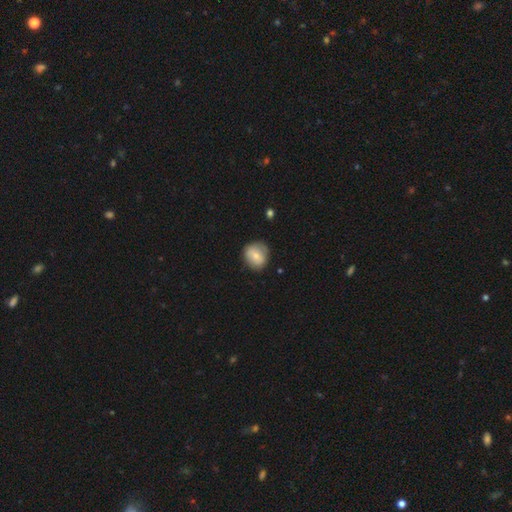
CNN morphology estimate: Smooth or featured: smooth — 69% (featured or disk — 24%)
How rounded: round — 75% (in between — 24%)
Merging: none — 74% (minor disturbance — 19%)